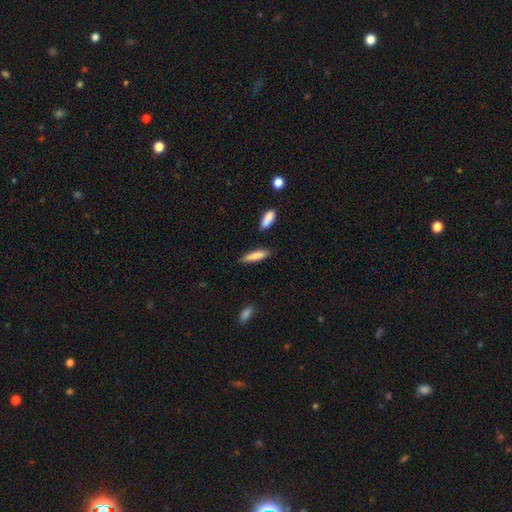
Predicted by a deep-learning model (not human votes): Smooth or featured? Predicted: smooth (p=0.82). How rounded? Predicted: cigar-shaped (p=0.70). Merging? Predicted: none (p=0.82).